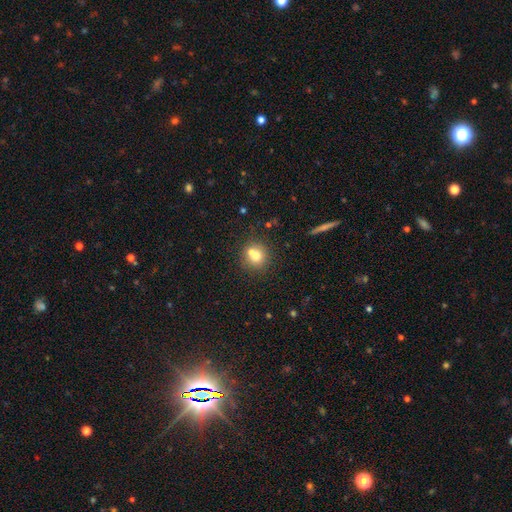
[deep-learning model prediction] Overall: smooth (69%). How rounded: round (85%). Merging: none (48%; merger 41%).